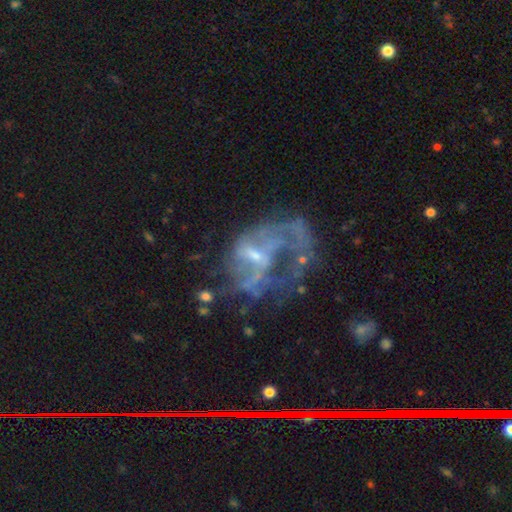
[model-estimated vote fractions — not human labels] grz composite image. It shows a featured or disk galaxy (72%) with no bar (48%), spiral arms (56%) and a small central bulge (56%). Merging: major disturbance (44%).